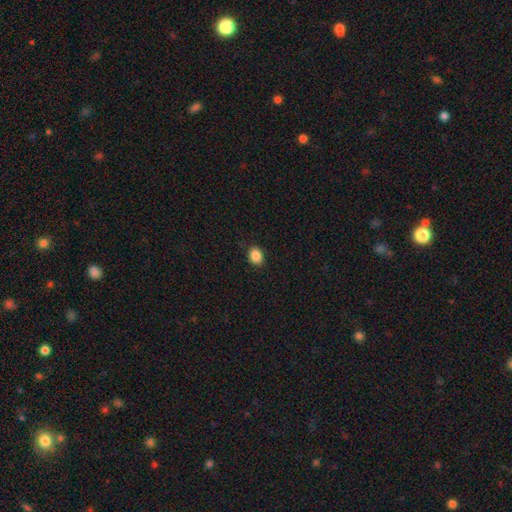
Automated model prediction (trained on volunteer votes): A smooth galaxy with no disk features (87%) that is in between round and cigar-shaped (57%). Merging: none (88%).